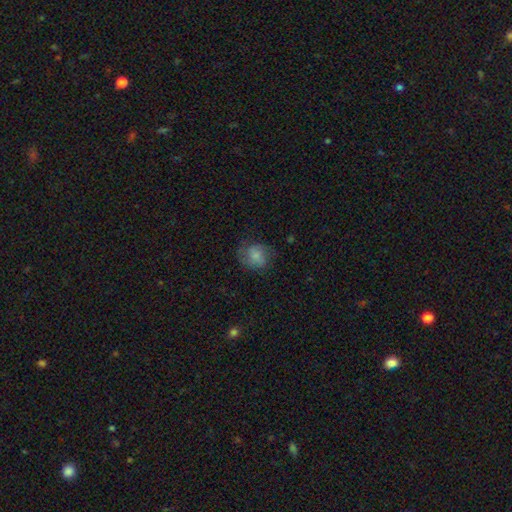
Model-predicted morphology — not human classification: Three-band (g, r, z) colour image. It shows a smooth galaxy with no disk features (66%) that is round (65%). Merging: none (61%).